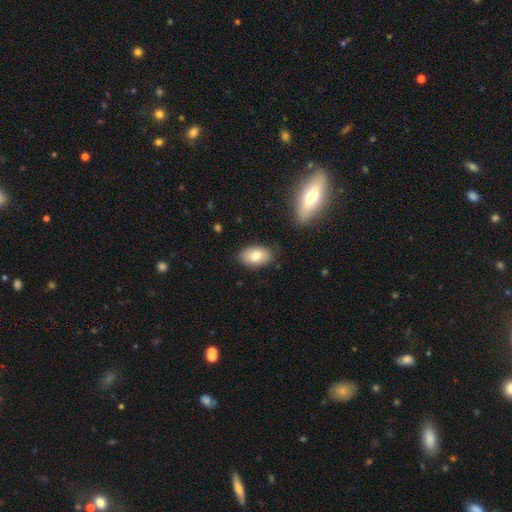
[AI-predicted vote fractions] Morphology: type=smooth (80%); roundness=in between (91%); merging=none (83%).